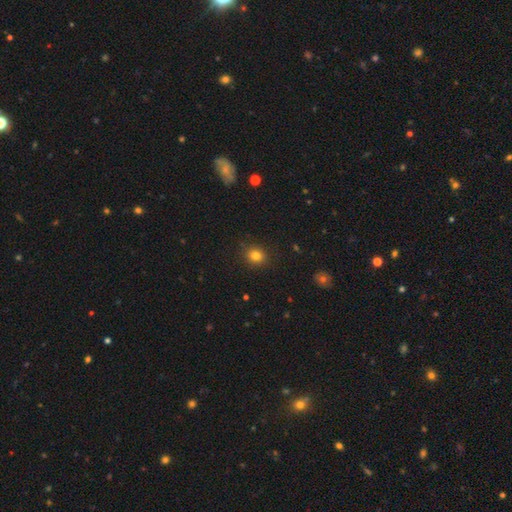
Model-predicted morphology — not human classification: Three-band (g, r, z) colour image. It shows a smooth galaxy with no disk features (82%) that is round (76%). Merging: none (88%).